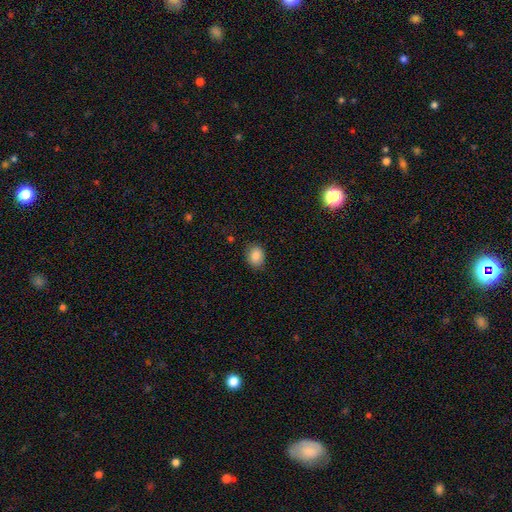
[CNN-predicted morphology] smooth 86%, star or artifact 8%, featured or disk 6%. Down the decision tree: how rounded — in between (56%); merging — none (85%).